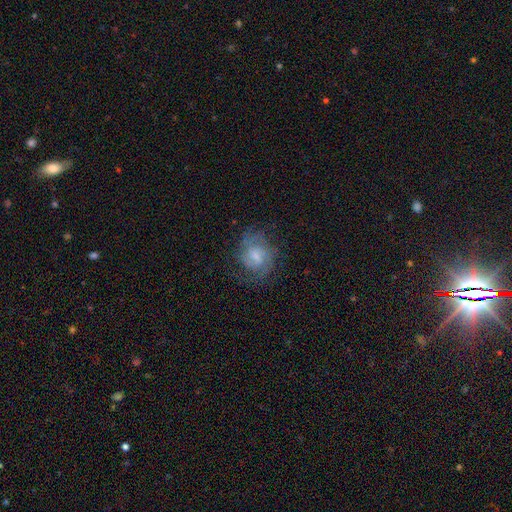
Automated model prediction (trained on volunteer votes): The model was most divided on "bulge size" (2-way tie): moderate: 36%, small: 36%, none: 19%, large: 8%, dominant: 1%. More confident: edge-on disk — no (97%); spiral arms — yes (83%); smooth or featured — featured or disk (61%); merging — none (61%); bar — weak (55%).